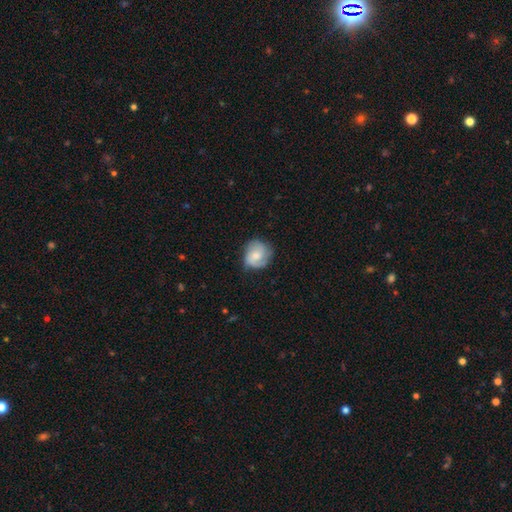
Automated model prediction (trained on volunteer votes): A smooth galaxy with no disk features (50%) that is round (77%). Merging: none (65%).